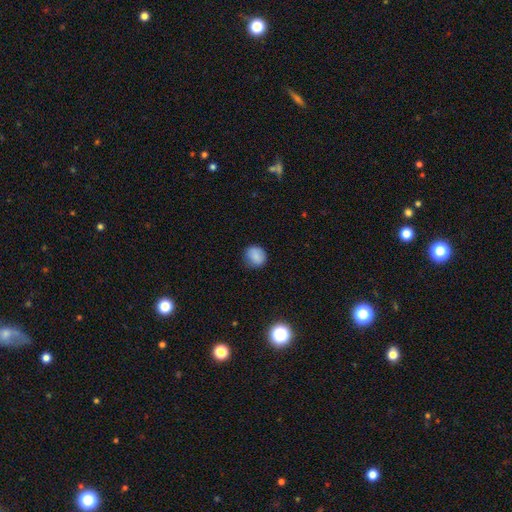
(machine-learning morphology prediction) Q: Smooth or featured?
A: smooth (85%); runner-up: star or artifact (10%)
Q: How rounded?
A: round (77%); runner-up: in between (22%)
Q: Merging?
A: none (82%); runner-up: minor disturbance (14%)